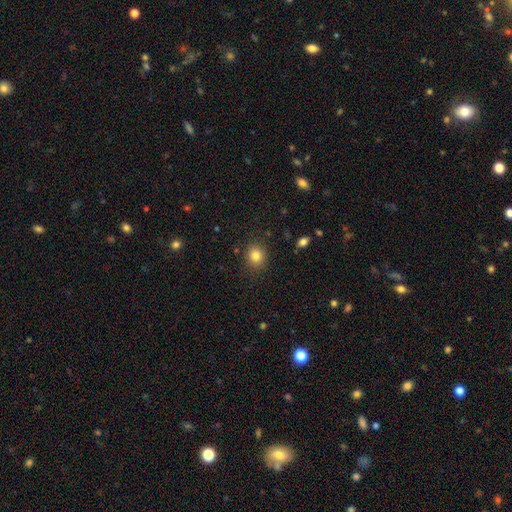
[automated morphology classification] Smooth or featured? Predicted: smooth (p=0.82). How rounded? Predicted: round (p=0.76). Merging? Predicted: none (p=0.87).